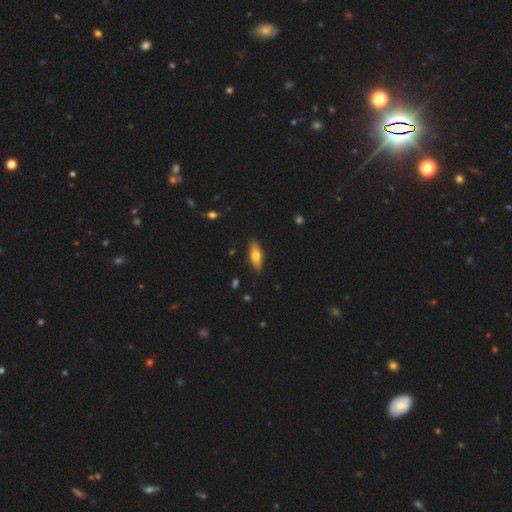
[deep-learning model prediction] Smooth or featured: smooth — 61% (featured or disk — 32%)
How rounded: in between — 62% (cigar-shaped — 35%)
Merging: none — 87% (minor disturbance — 9%)